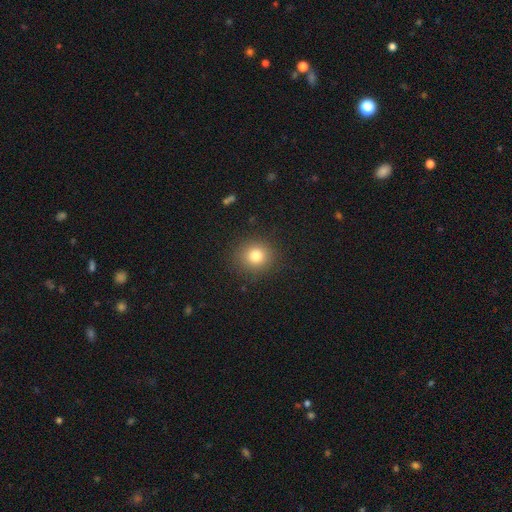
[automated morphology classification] Smooth or featured?
  - smooth: 81% *
  - star or artifact: 12%
  - featured or disk: 7%
How rounded?
  - round: 87% *
  - in between: 12%
  - cigar-shaped: 1%
Merging?
  - none: 89% *
  - minor disturbance: 7%
  - major disturbance: 3%
  - merger: 1%